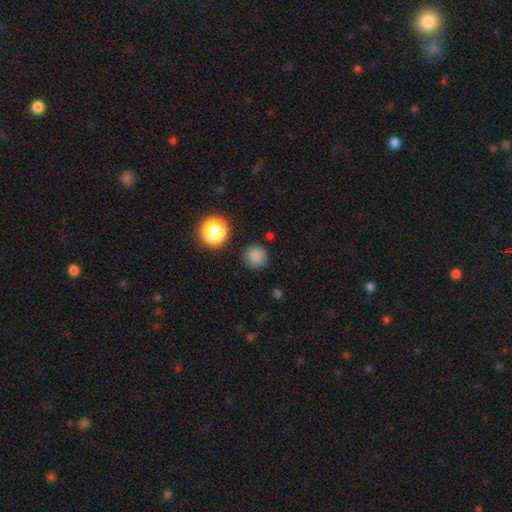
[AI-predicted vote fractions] smooth-or-featured: smooth: 81% | star or artifact: 14% | featured or disk: 4%
  how-rounded: round: 94% | in between: 5% | cigar-shaped: 1%
  merging: none: 85% | minor disturbance: 9% | major disturbance: 3% | merger: 3%